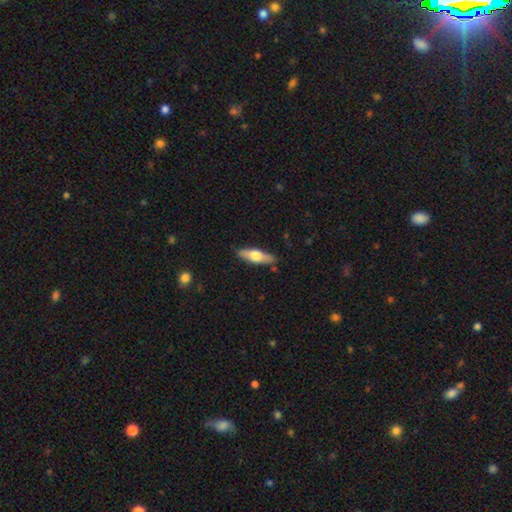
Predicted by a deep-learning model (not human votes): Q: Smooth or featured?
A: smooth (52%); runner-up: featured or disk (43%)
Q: How rounded?
A: cigar-shaped (54%); runner-up: in between (44%)
Q: Merging?
A: none (86%); runner-up: minor disturbance (10%)